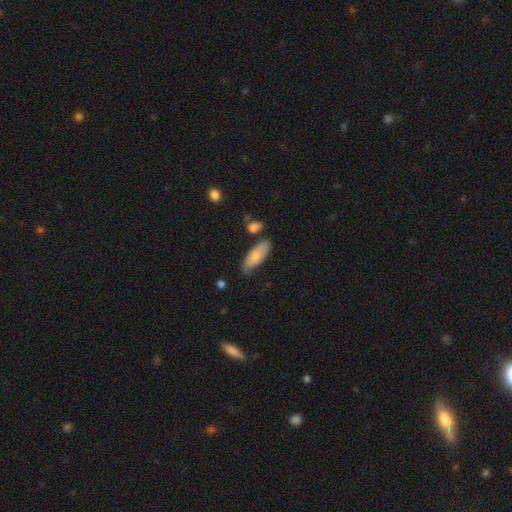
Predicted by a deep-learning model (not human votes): smooth 77%, featured or disk 17%, star or artifact 6%. Down the decision tree: how rounded — in between (79%); merging — none (63%).